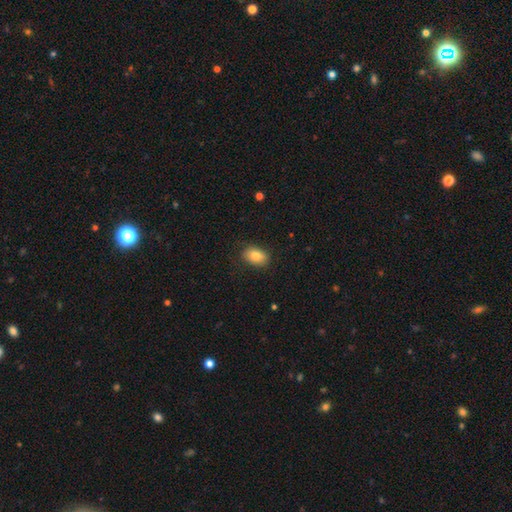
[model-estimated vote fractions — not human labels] A smooth galaxy with no disk features (83%) that is in between round and cigar-shaped (86%). Merging: none (84%).